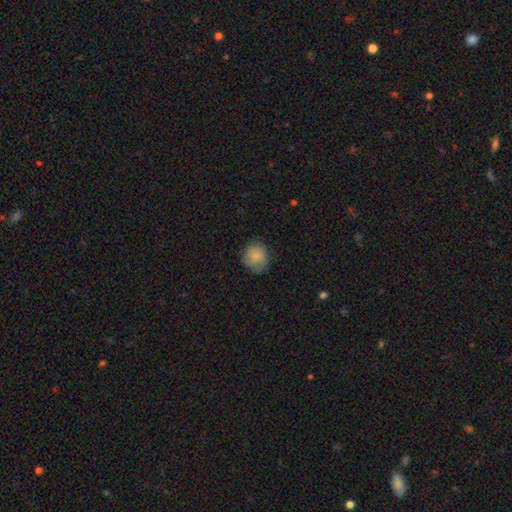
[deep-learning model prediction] A smooth galaxy with no disk features (82%) that is round (83%). Merging: none (73%).